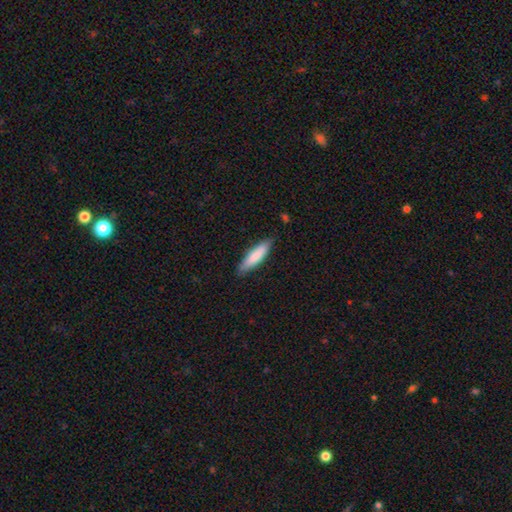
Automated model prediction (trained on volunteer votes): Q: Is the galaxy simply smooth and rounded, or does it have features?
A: smooth — 81%.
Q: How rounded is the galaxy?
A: cigar-shaped — 74%.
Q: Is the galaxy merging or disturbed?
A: none — 85%.